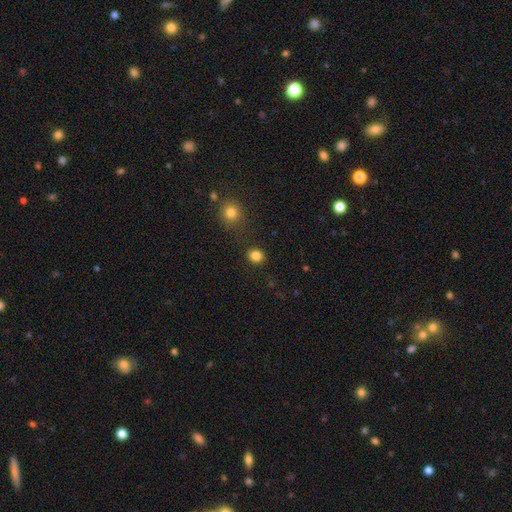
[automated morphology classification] Smooth or featured? Predicted: smooth (p=0.83). How rounded? Predicted: round (p=0.77). Merging? Predicted: none (p=0.87).